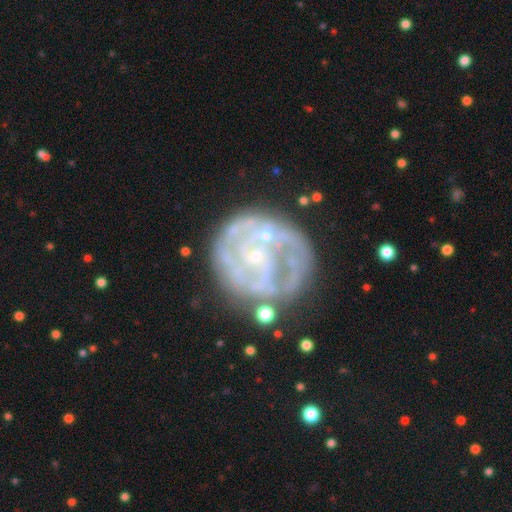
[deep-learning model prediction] Smooth or featured: featured or disk — 80% (smooth — 12%)
Edge-on disk: no — 98% (yes — 2%)
Bar: no — 67% (weak — 25%)
Spiral arms: yes — 74% (no — 26%)
Spiral winding: tight — 57% (medium — 30%)
Spiral arm count: can't tell — 41% (2 — 25%)
Bulge size: small — 77% (moderate — 12%)
Merging: none — 60% (minor disturbance — 20%)